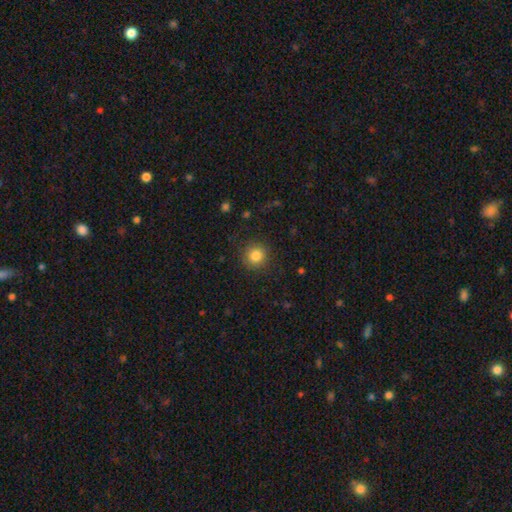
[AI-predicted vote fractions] This appears to be a smooth galaxy with no disk features (84%) that is round (93%). Merging: none (88%).